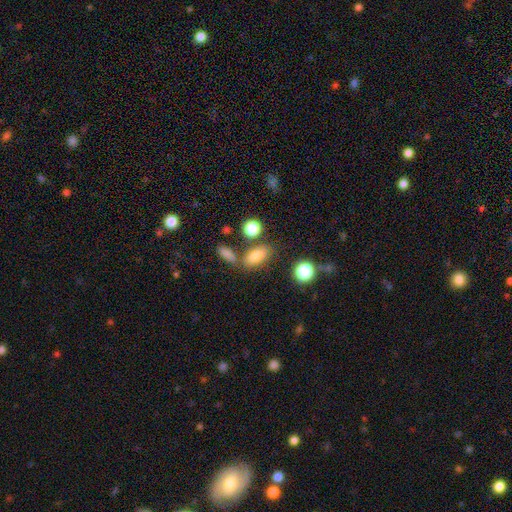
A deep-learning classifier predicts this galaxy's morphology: Smooth or featured?
  - smooth: 80% *
  - star or artifact: 11%
  - featured or disk: 9%
How rounded?
  - in between: 83% *
  - round: 9%
  - cigar-shaped: 8%
Merging?
  - none: 68% *
  - merger: 15%
  - minor disturbance: 13%
  - major disturbance: 5%